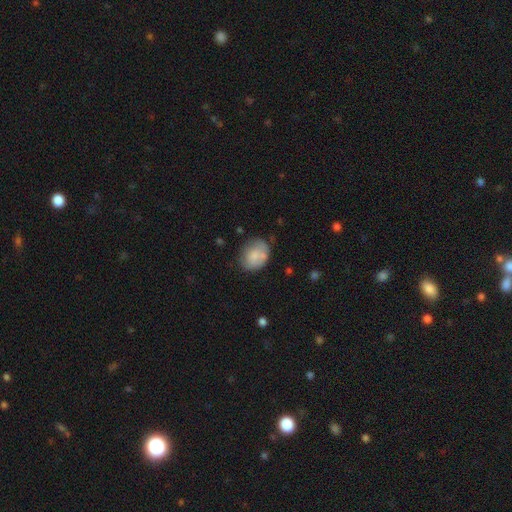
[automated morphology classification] The model was most divided on "how rounded": in between: 56%, round: 43%, cigar-shaped: 1%. More confident: smooth or featured — smooth (75%); merging — none (61%).